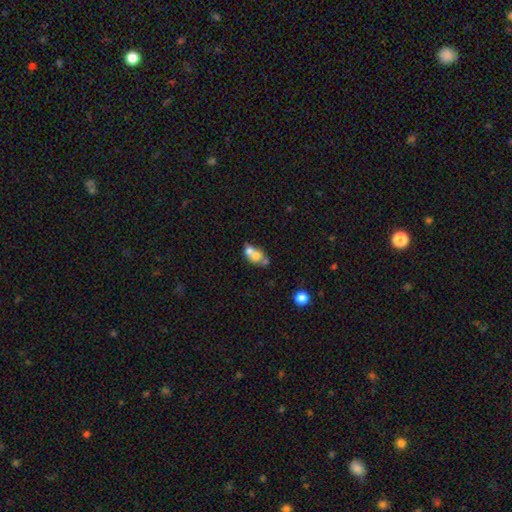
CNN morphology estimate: Overall: smooth (61%; featured or disk 28%). How rounded: in between (56%; round 42%). Merging: merger (62%; none 24%).